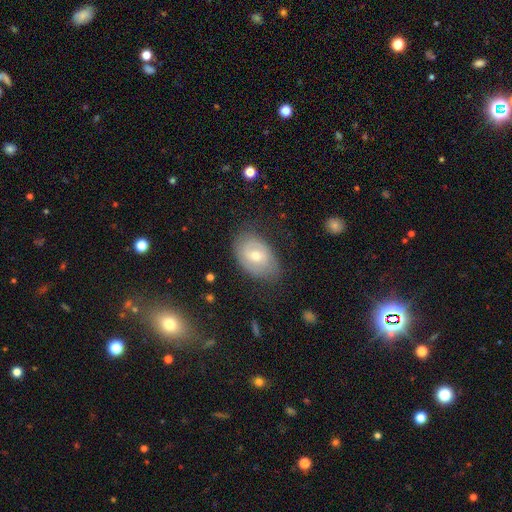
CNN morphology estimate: Overall: featured or disk (55%; smooth 37%). Edge-on disk: no (94%). Bar: no (56%; weak 36%). Spiral arms: yes (68%; no 32%). Bulge size: moderate (55%; small 41%). Merging: none (66%).